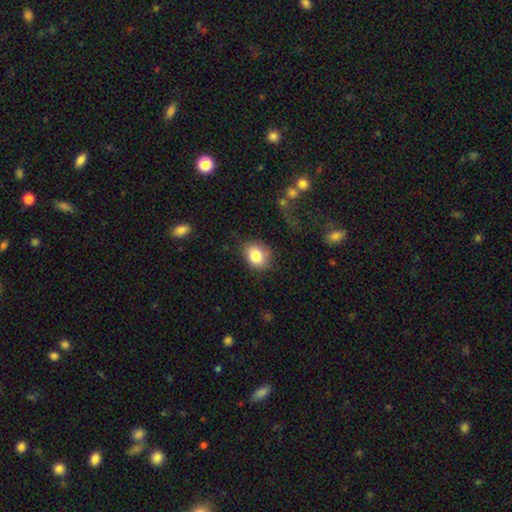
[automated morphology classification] This is clearly a smooth galaxy (82%). How rounded: possibly in between (55%). Merging: likely none (72%).